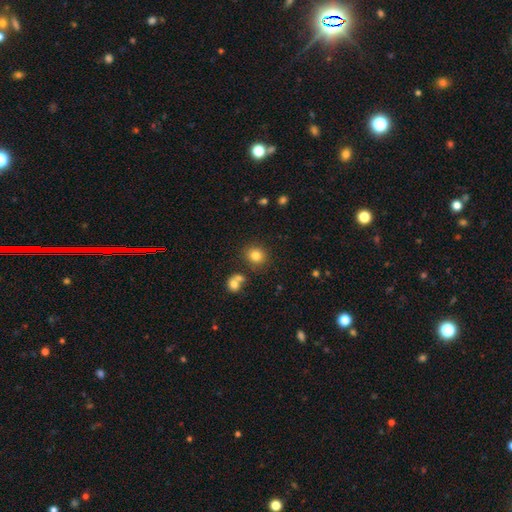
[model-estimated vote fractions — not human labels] Smooth or featured? smooth (81%)
How rounded? round (83%)
Merging? none (81%)